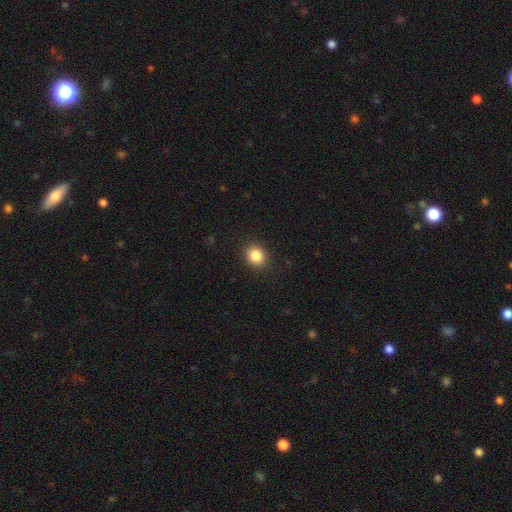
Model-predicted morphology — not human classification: This is clearly a smooth galaxy (85%). How rounded: likely round (72%). Merging: clearly none (89%).